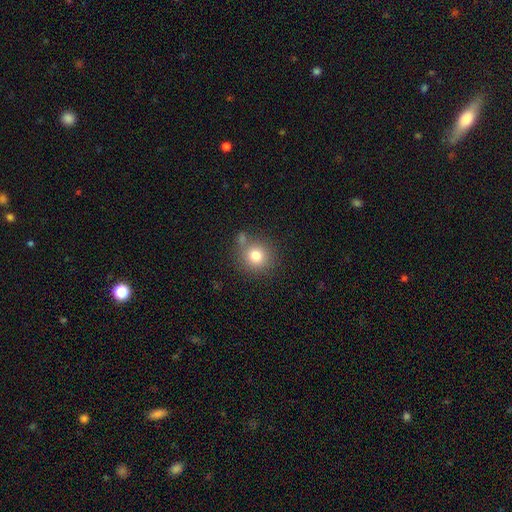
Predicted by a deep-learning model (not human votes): smooth-or-featured: smooth: 78% | star or artifact: 12% | featured or disk: 10%
  how-rounded: round: 90% | in between: 9% | cigar-shaped: 1%
  merging: none: 70% | merger: 13% | minor disturbance: 12% | major disturbance: 4%